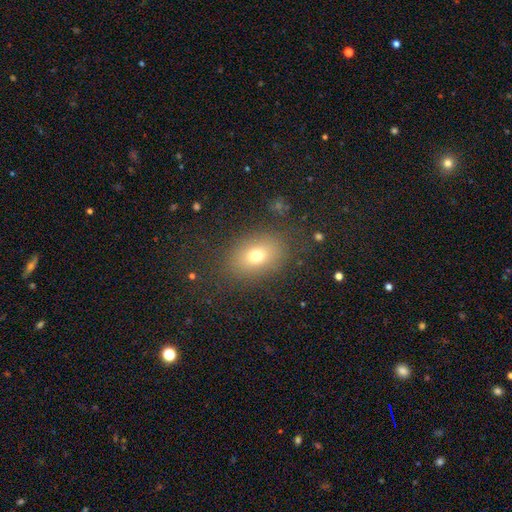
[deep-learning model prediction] The model was most divided on "how rounded": in between: 74%, round: 24%, cigar-shaped: 2%. More confident: merging — none (83%); smooth or featured — smooth (71%).